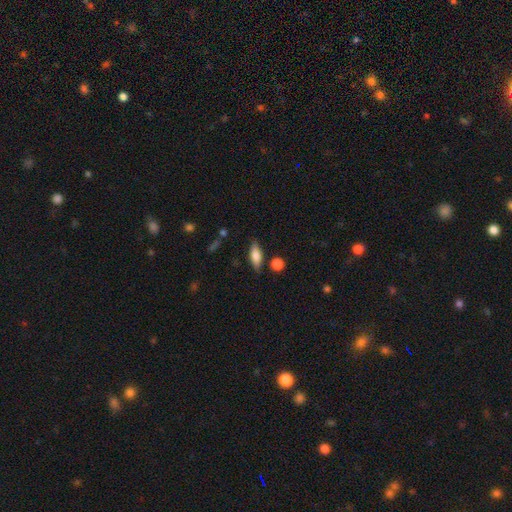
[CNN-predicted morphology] Smooth or featured? smooth (64%)
How rounded? in between (62%)
Merging? none (79%)